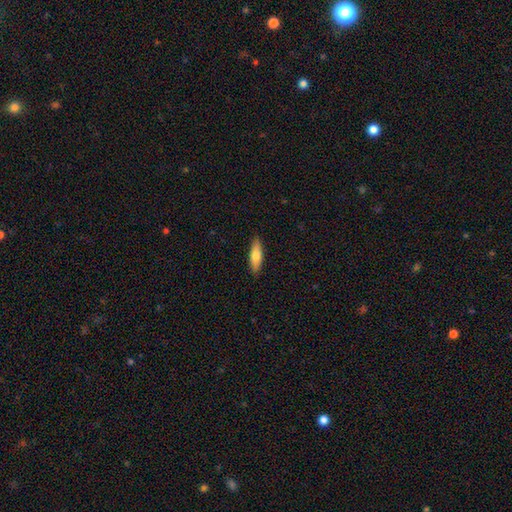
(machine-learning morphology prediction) A smooth galaxy with no disk features (72%) that is cigar-shaped (55%).

Vote fractions:
- Smooth or featured? smooth: 72% / featured or disk: 22% / star or artifact: 6%
- How rounded? cigar-shaped: 55% / in between: 43% / round: 2%
- Merging? none: 89% / minor disturbance: 8% / major disturbance: 2% / merger: 1%